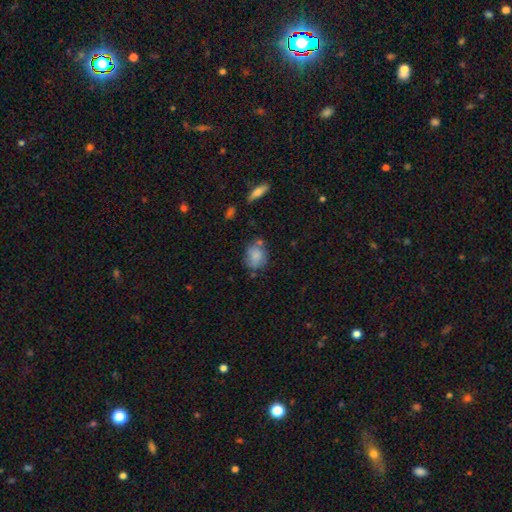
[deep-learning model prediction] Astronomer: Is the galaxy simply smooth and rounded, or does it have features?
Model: smooth — 78%.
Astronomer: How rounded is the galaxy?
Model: round — 53% (runner-up: in between, 45%).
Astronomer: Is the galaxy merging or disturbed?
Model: none — 57%.